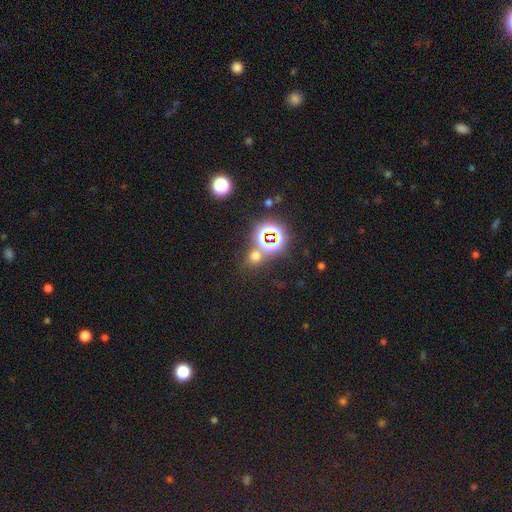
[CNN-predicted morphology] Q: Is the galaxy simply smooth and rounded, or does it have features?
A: smooth — 47%.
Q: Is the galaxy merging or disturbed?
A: none — 68%.